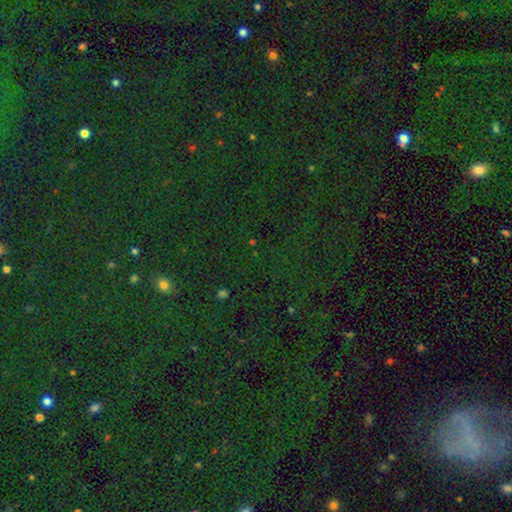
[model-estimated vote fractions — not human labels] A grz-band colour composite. It shows a star or artifact, not a galaxy (80%).